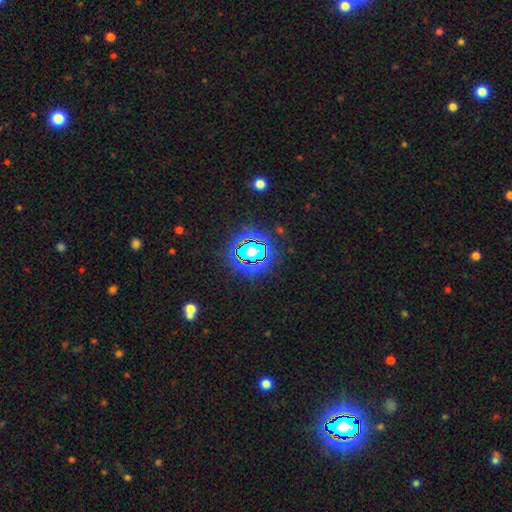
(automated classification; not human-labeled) Morphology: type=star or artifact (78%).